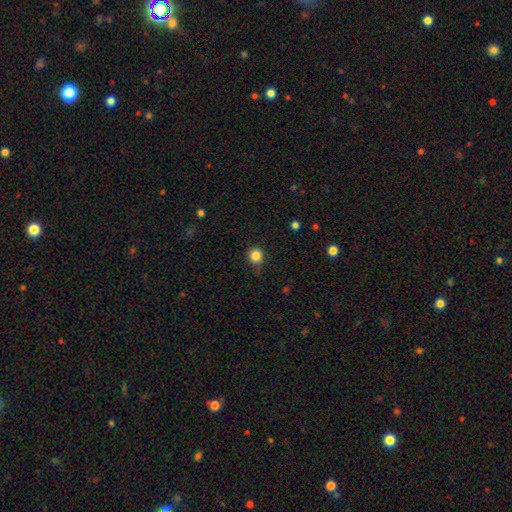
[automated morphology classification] smooth_or_featured: smooth (p=0.85) [alt: star or artifact p=0.11]
how_rounded: round (p=0.91) [alt: in between p=0.08]
merging: none (p=0.83) [alt: minor disturbance p=0.13]